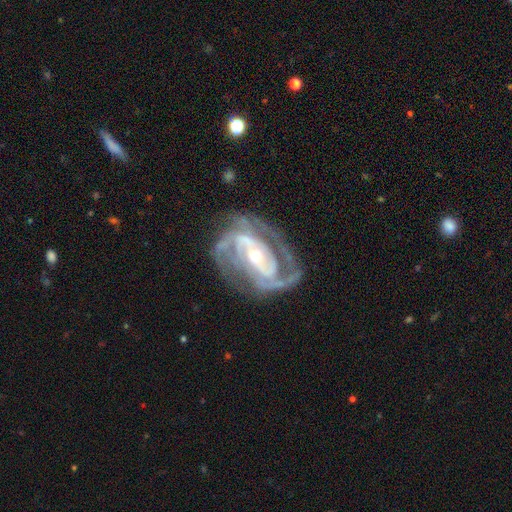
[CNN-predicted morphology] featured or disk 92%, star or artifact 5%, smooth 4%. Down the decision tree: edge-on disk — no (97%); bar — strong (35%); spiral arms — yes (98%); spiral arm count — 2 (43%); spiral winding — tight (51%); bulge size — moderate (55%); merging — none (67%).